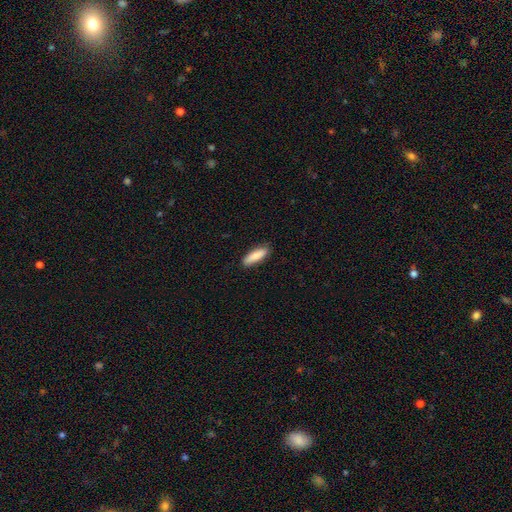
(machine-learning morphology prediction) type=smooth (85%); roundness=cigar-shaped (50%); merging=none (86%).